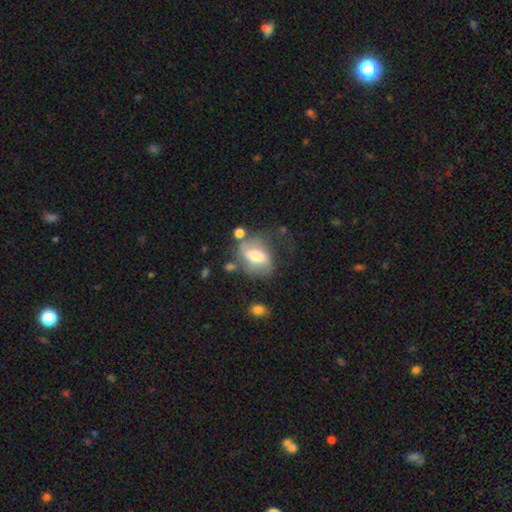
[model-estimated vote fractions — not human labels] Morphology: type=smooth (47%); merging=none (47%).